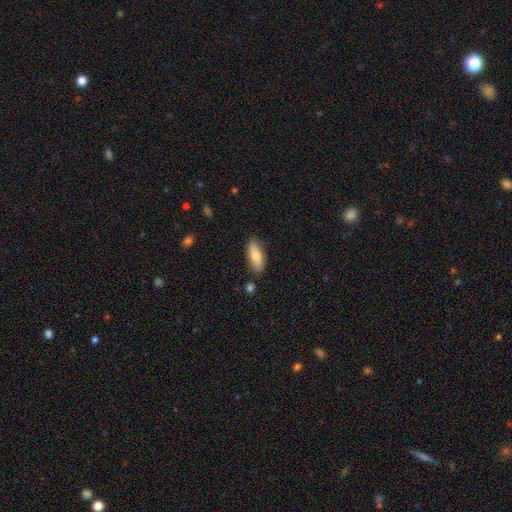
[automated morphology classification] type=smooth (77%); roundness=in between (68%); merging=none (83%).